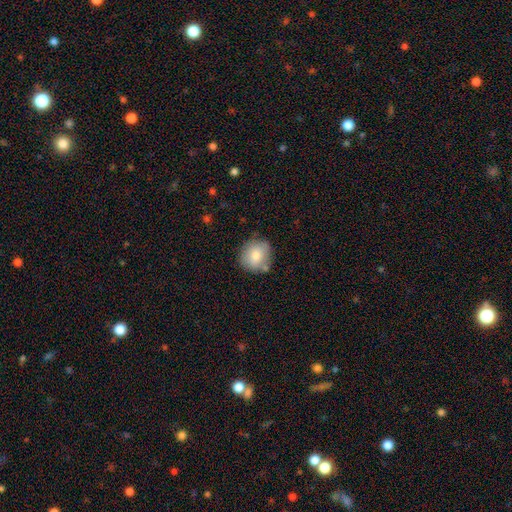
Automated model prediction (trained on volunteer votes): Morphology: type=smooth (77%); roundness=round (85%); merging=none (75%).